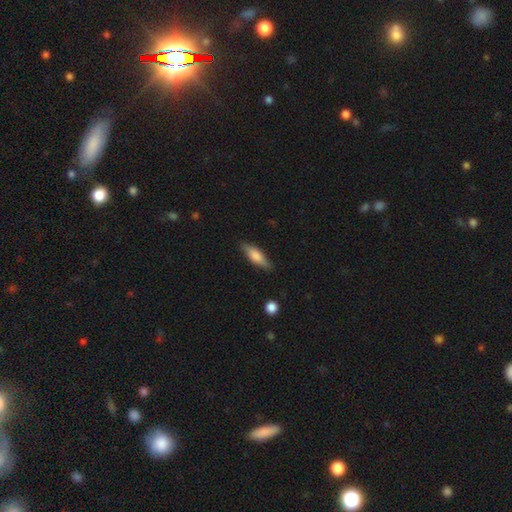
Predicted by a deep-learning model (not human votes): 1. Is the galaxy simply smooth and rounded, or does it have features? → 67% smooth, 27% featured or disk, 6% star or artifact.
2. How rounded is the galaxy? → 51% cigar-shaped, 47% in between, 2% round.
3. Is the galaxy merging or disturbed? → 83% none, 13% minor disturbance, 3% major disturbance, 1% merger.